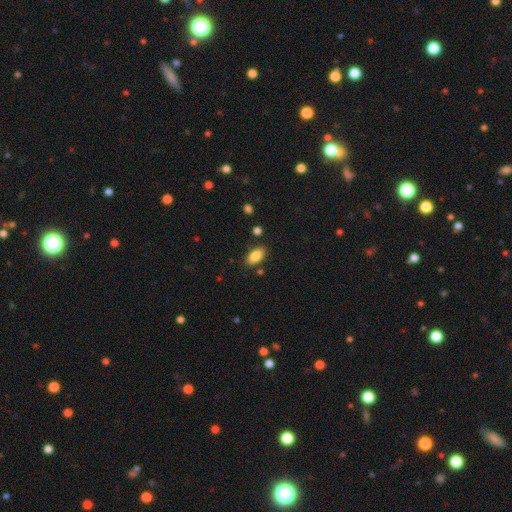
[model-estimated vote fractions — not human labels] Smooth or featured?
  - smooth: 85% *
  - star or artifact: 8%
  - featured or disk: 7%
How rounded?
  - in between: 92% *
  - cigar-shaped: 5%
  - round: 4%
Merging?
  - none: 83% *
  - minor disturbance: 11%
  - merger: 3%
  - major disturbance: 3%